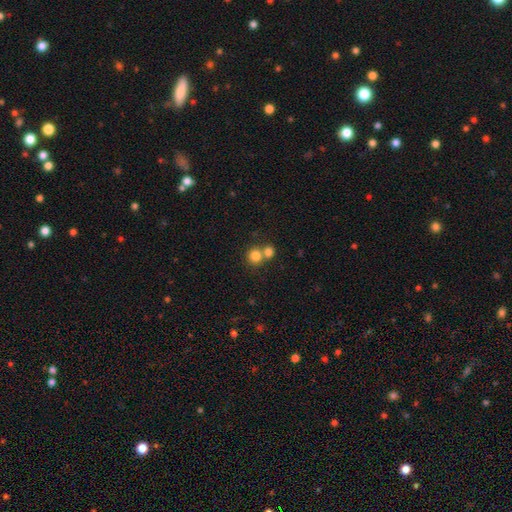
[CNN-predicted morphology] Smooth or featured? smooth (81%)
How rounded? round (88%)
Merging? none (49%)